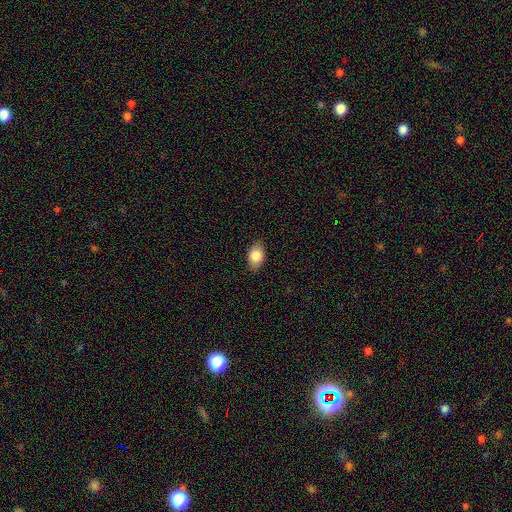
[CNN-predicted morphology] type=smooth (84%); roundness=in between (84%); merging=none (85%).